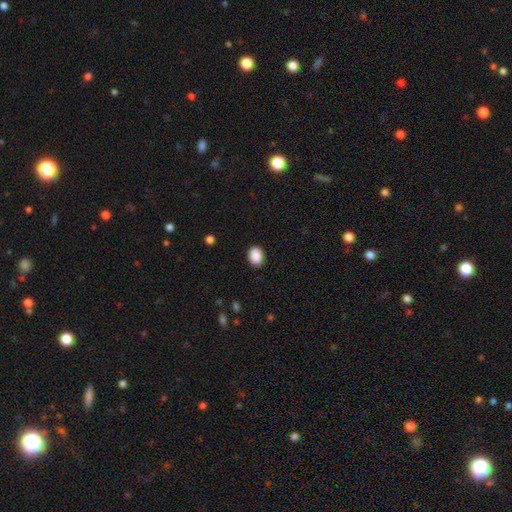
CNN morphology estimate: This is clearly a smooth galaxy (90%). How rounded: likely in between (73%). Merging: clearly none (89%).